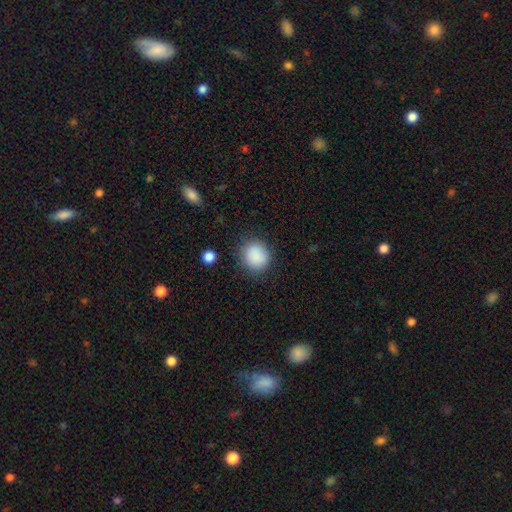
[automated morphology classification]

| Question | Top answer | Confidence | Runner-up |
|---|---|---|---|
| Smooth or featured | smooth | 87% | star or artifact (9%) |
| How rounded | round | 79% | in between (20%) |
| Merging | none | 82% | minor disturbance (12%) |